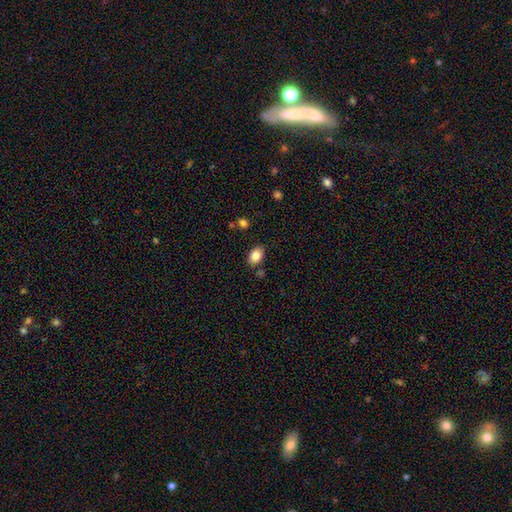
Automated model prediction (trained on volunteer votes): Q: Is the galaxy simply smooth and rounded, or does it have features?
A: smooth — 83%.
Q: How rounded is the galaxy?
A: in between — 83%.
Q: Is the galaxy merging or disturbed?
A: none — 83%.